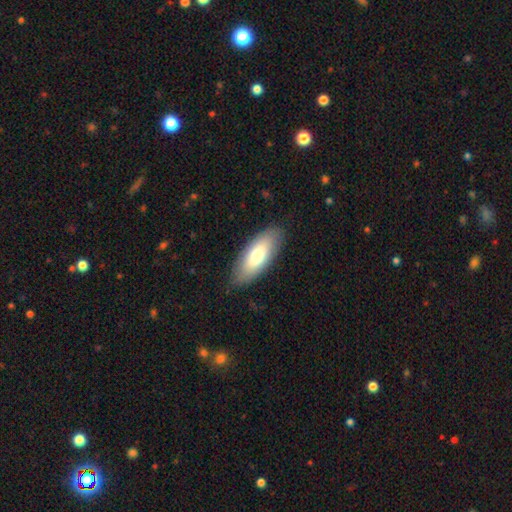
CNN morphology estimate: This is likely a smooth galaxy (73%). How rounded: likely in between (79%). Merging: clearly none (86%).